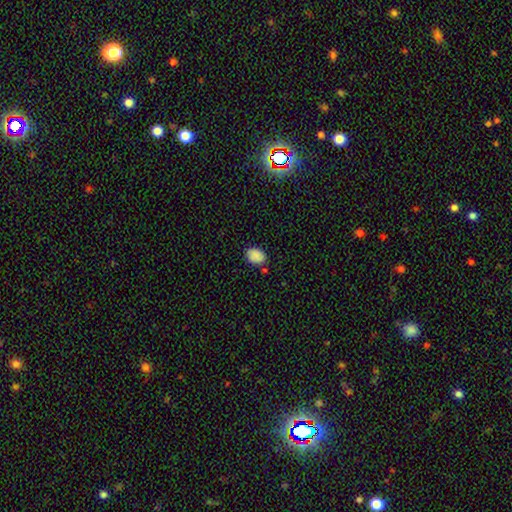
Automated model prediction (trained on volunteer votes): Smooth or featured? Predicted: smooth (p=0.88). How rounded? Predicted: in between (p=0.81). Merging? Predicted: none (p=0.80).